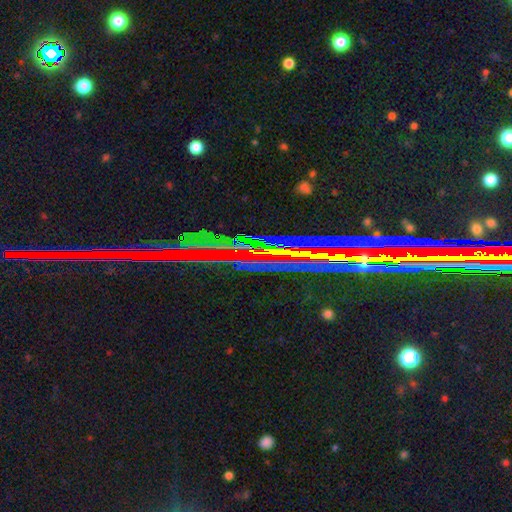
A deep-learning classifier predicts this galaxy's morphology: This appears to be a star or artifact, not a galaxy (69%).